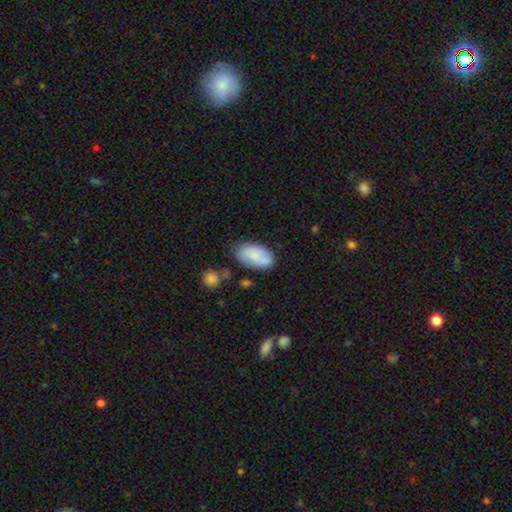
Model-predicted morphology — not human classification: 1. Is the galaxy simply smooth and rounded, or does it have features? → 71% smooth, 22% featured or disk, 7% star or artifact.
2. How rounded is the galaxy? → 93% in between, 5% round, 2% cigar-shaped.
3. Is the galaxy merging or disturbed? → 69% none, 21% minor disturbance, 5% major disturbance, 5% merger.